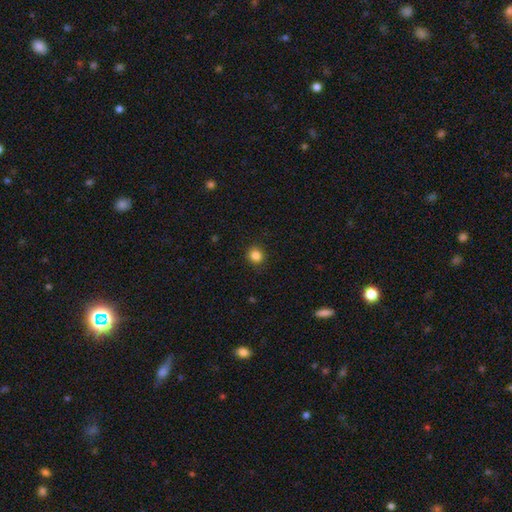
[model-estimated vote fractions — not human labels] This appears to be a smooth galaxy with no disk features (85%) that is round (89%). Merging: none (90%).